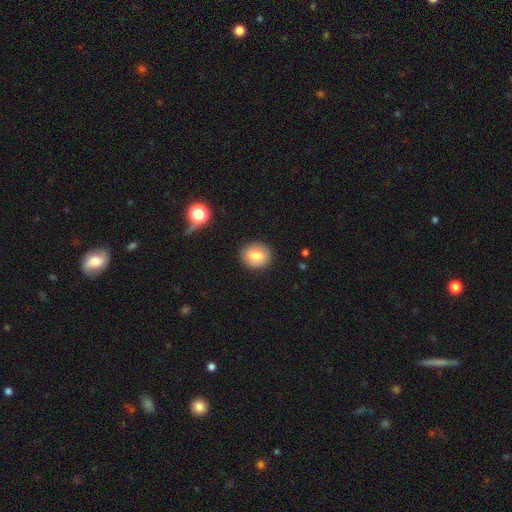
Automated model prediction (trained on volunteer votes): Smooth or featured? Predicted: smooth (p=0.79). How rounded? Predicted: round (p=0.77). Merging? Predicted: none (p=0.90).